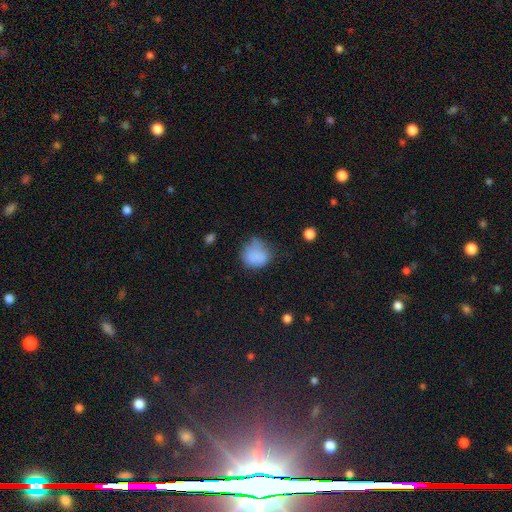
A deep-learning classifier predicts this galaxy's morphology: Overall: smooth (82%). How rounded: round (75%). Merging: none (48%; minor disturbance 34%).